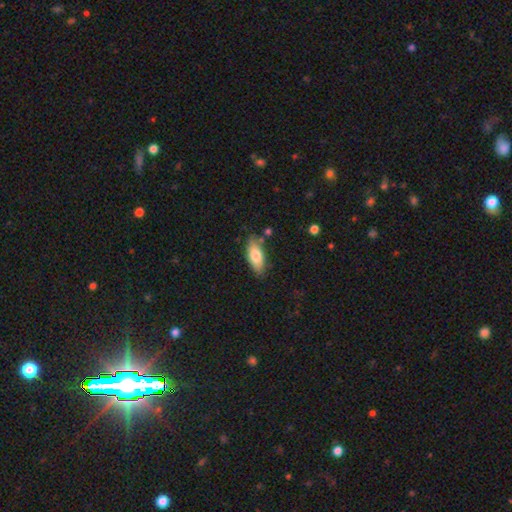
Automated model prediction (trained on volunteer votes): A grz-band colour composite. It shows a smooth galaxy with no disk features (77%) that is in between round and cigar-shaped (82%). Merging: none (79%).